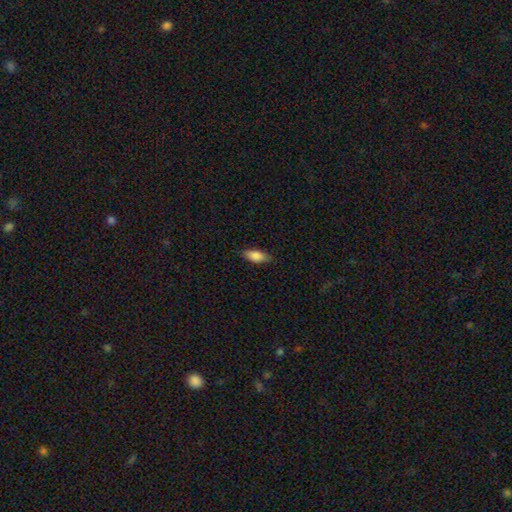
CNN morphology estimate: Q: Smooth or featured?
A: smooth (85%); runner-up: featured or disk (8%)
Q: How rounded?
A: in between (81%); runner-up: cigar-shaped (16%)
Q: Merging?
A: none (83%); runner-up: minor disturbance (13%)